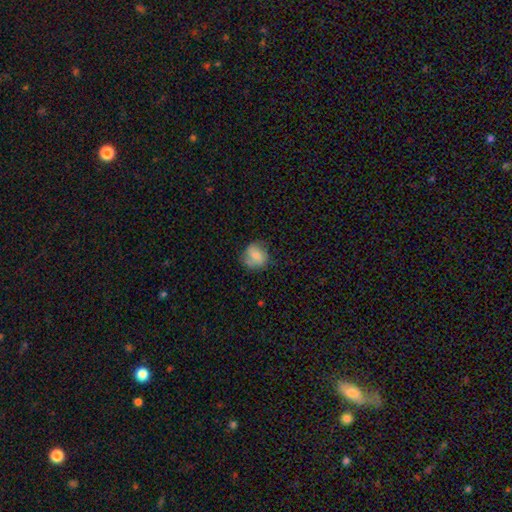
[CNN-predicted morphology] smooth 71%, featured or disk 21%, star or artifact 8%. Down the decision tree: how rounded — round (75%); merging — none (65%).